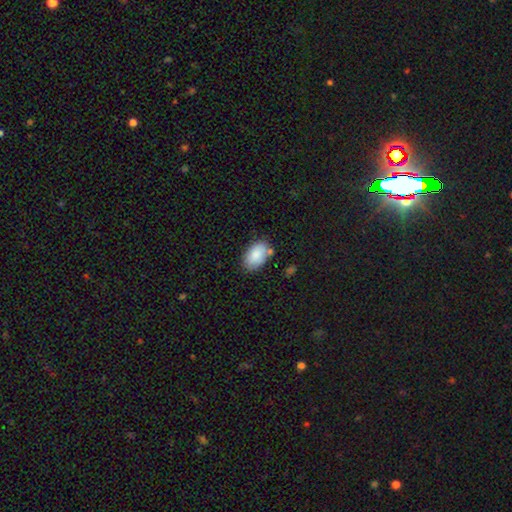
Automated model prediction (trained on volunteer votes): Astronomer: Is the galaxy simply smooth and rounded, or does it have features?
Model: smooth — 85%.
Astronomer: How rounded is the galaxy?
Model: in between — 93%.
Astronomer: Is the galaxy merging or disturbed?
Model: none — 72%.